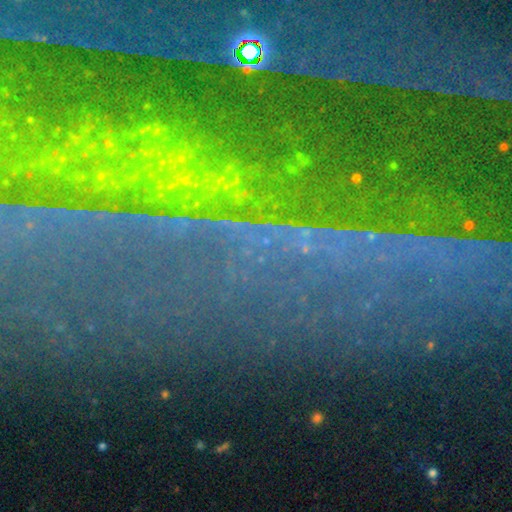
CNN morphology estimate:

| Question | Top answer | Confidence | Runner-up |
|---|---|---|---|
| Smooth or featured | star or artifact | 83% | featured or disk (10%) |